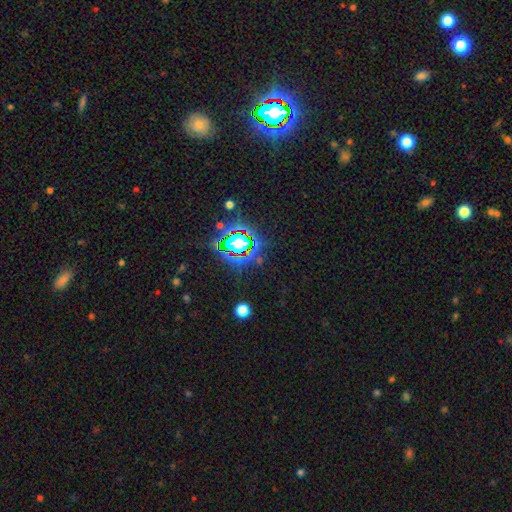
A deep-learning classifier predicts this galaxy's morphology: This is clearly a star or artifact rather than a galaxy (81%).